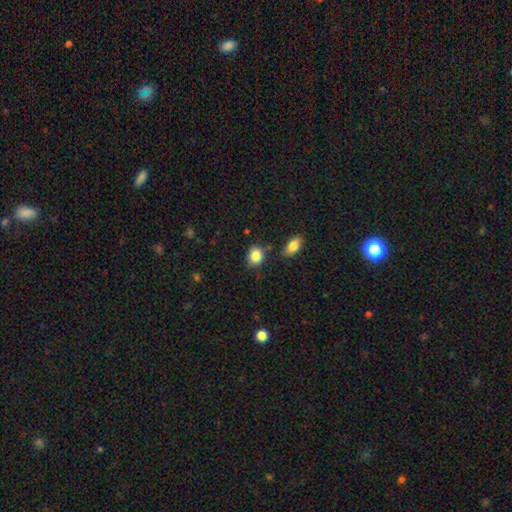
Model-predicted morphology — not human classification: This appears to be a smooth galaxy with no disk features (85%) that is round (59%). Merging: none (75%).